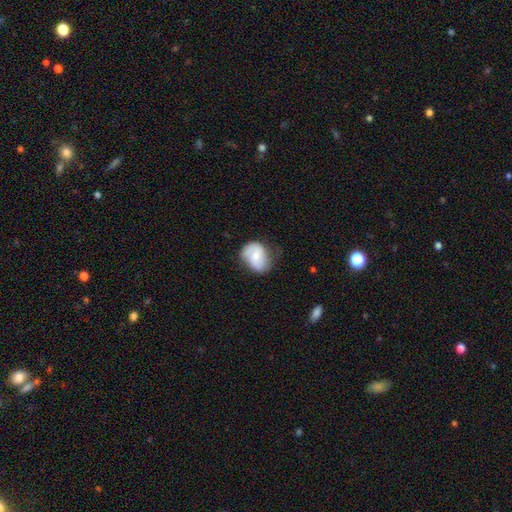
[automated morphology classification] Overall: smooth (49%; featured or disk 44%). Merging: none (53%; minor disturbance 34%).